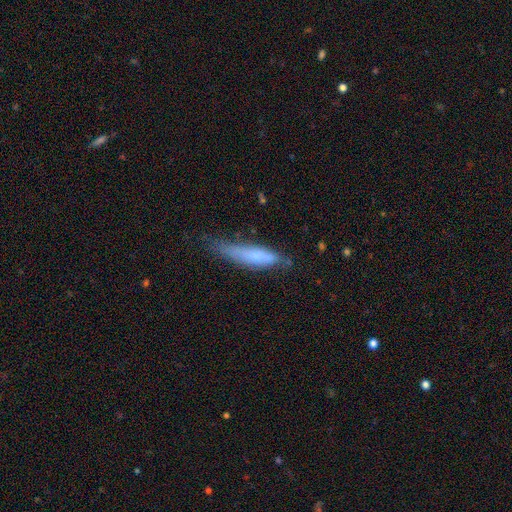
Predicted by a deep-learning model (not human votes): Smooth or featured? Predicted: smooth (p=0.70). How rounded? Predicted: cigar-shaped (p=0.77). Merging? Predicted: none (p=0.47).